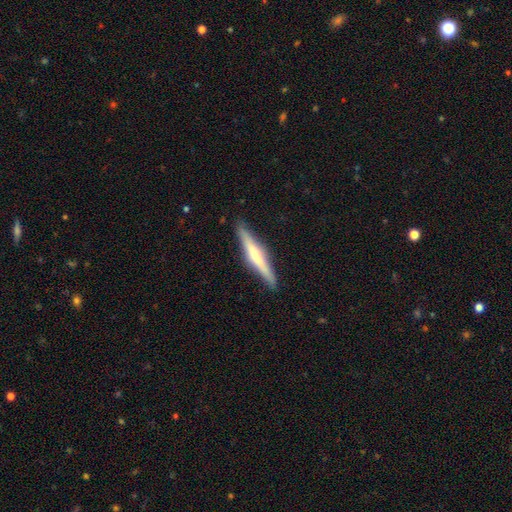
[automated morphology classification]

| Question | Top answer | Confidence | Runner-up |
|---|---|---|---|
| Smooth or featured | featured or disk | 54% | smooth (41%) |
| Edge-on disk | yes | 96% | no (4%) |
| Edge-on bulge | rounded | 51% | none (34%) |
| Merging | none | 89% | minor disturbance (8%) |